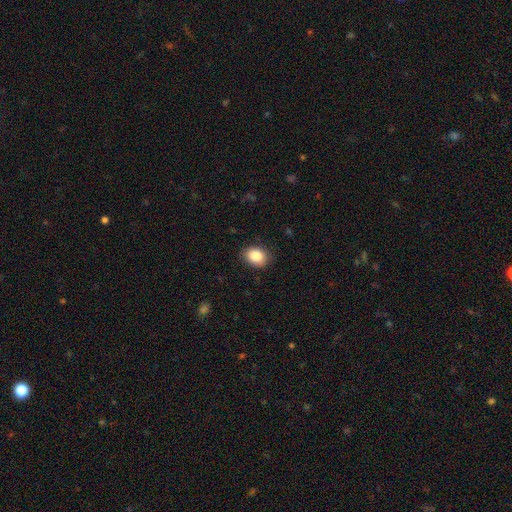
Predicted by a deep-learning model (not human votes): Smooth or featured: smooth — 87% (star or artifact — 8%)
How rounded: in between — 62% (round — 37%)
Merging: none — 85% (minor disturbance — 12%)